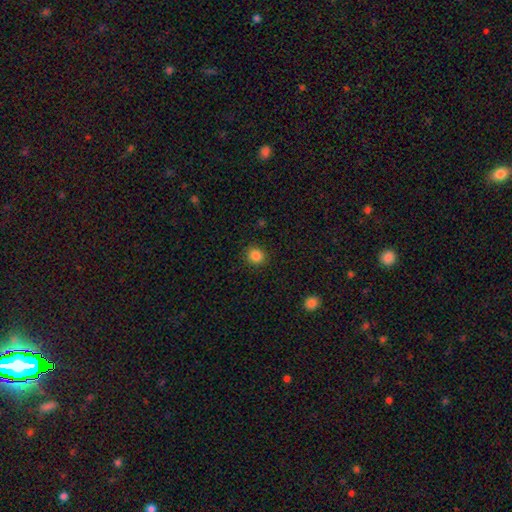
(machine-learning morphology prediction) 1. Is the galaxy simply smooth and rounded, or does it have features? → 85% smooth, 11% star or artifact, 4% featured or disk.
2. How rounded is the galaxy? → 88% round, 11% in between, 1% cigar-shaped.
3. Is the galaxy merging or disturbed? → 90% none, 6% minor disturbance, 2% major disturbance, 1% merger.